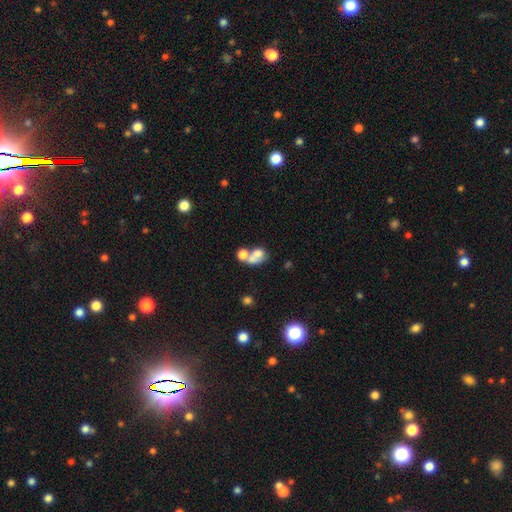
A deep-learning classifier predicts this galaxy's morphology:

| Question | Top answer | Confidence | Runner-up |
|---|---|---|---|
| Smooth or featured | smooth | 60% | featured or disk (27%) |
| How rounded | in between | 52% | round (47%) |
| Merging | merger | 63% | none (21%) |